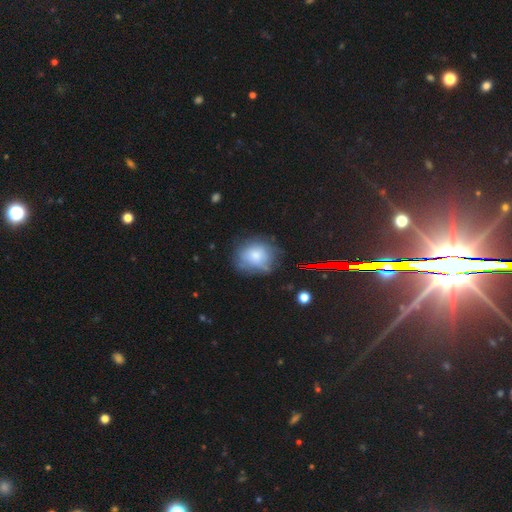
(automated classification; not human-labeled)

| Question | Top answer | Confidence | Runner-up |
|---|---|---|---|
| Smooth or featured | smooth | 64% | featured or disk (23%) |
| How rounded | round | 71% | in between (28%) |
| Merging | none | 60% | minor disturbance (26%) |